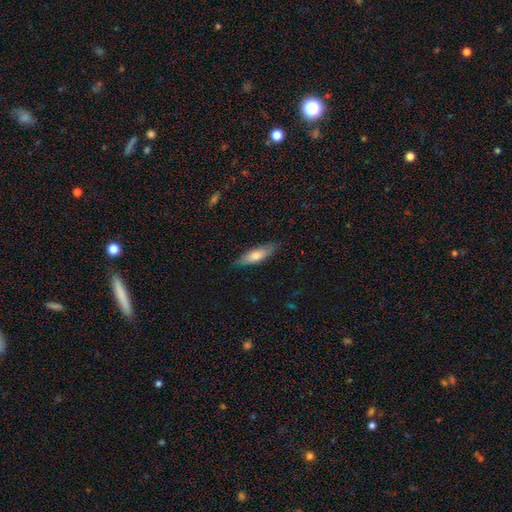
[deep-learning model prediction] Morphology: type=smooth (66%); roundness=cigar-shaped (50%); merging=none (77%).